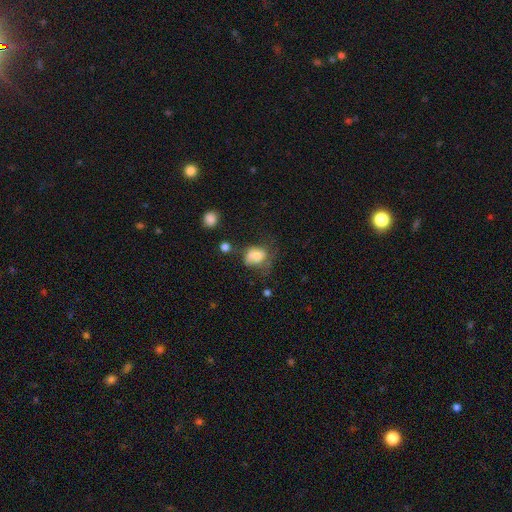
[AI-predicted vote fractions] smooth-or-featured: smooth: 67% | featured or disk: 21% | star or artifact: 12%
  how-rounded: in between: 58% | round: 41% | cigar-shaped: 1%
  merging: major disturbance: 32% | none: 26% | minor disturbance: 26% | merger: 15%